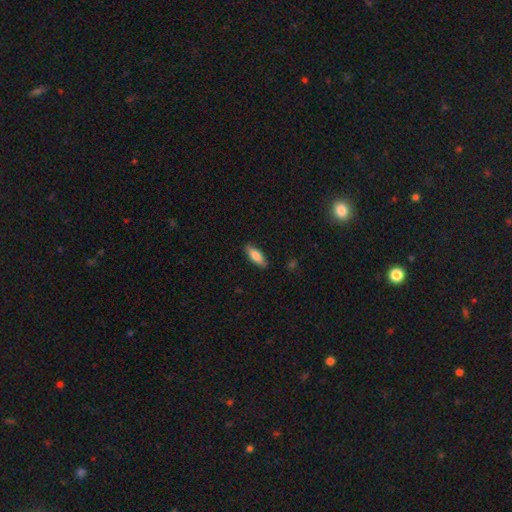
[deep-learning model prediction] A smooth galaxy with no disk features (76%) that is in between round and cigar-shaped (65%). Merging: none (86%).